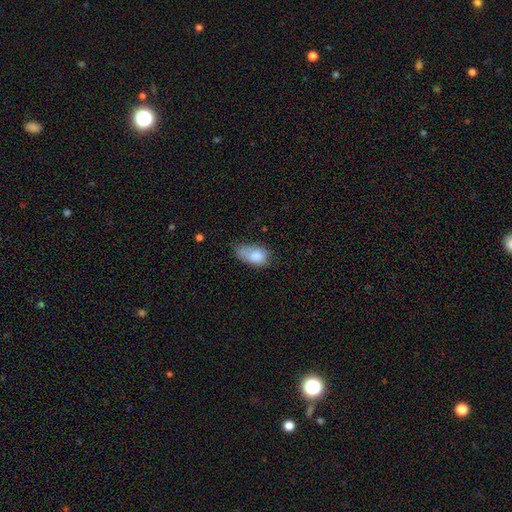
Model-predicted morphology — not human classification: A smooth galaxy with no disk features (77%) that is in between round and cigar-shaped (88%).

Vote fractions:
- Smooth or featured? smooth: 77% / featured or disk: 15% / star or artifact: 8%
- How rounded? in between: 88% / round: 9% / cigar-shaped: 3%
- Merging? minor disturbance: 40% / none: 27% / major disturbance: 24% / merger: 9%